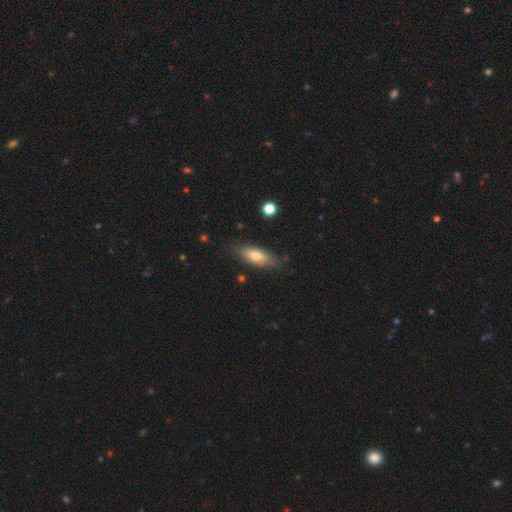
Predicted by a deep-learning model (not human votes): This appears to be a smooth galaxy with no disk features (70%) that is in between round and cigar-shaped (67%). Merging: none (79%).